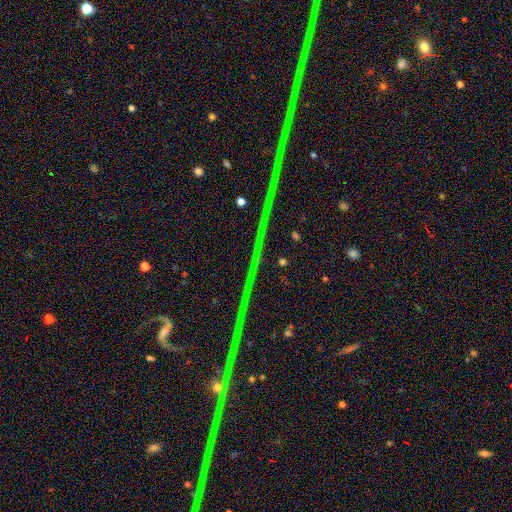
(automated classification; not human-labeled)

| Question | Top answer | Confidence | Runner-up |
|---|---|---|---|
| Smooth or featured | star or artifact | 88% | featured or disk (7%) |